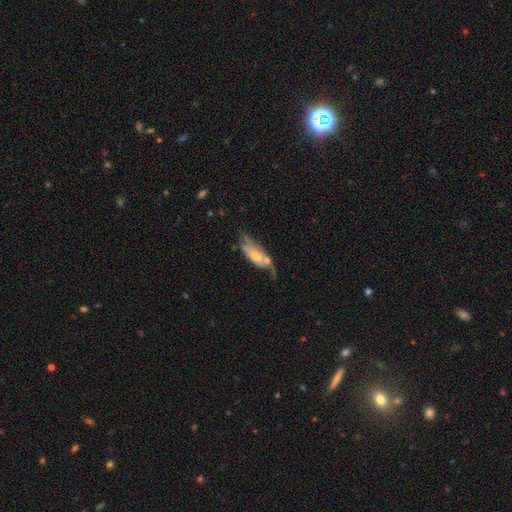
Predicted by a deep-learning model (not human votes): Smooth or featured?
  - featured or disk: 49% *
  - smooth: 44%
  - star or artifact: 7%
Merging?
  - none: 32% *
  - minor disturbance: 25%
  - major disturbance: 22%
  - merger: 20%